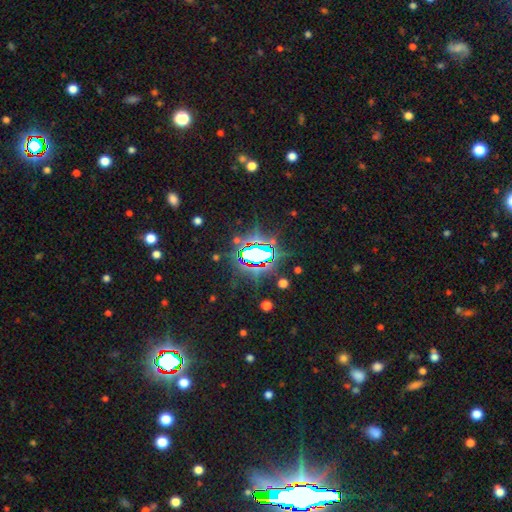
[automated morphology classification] The model was most divided on "smooth or featured": star or artifact: 72%, smooth: 16%, featured or disk: 12%.